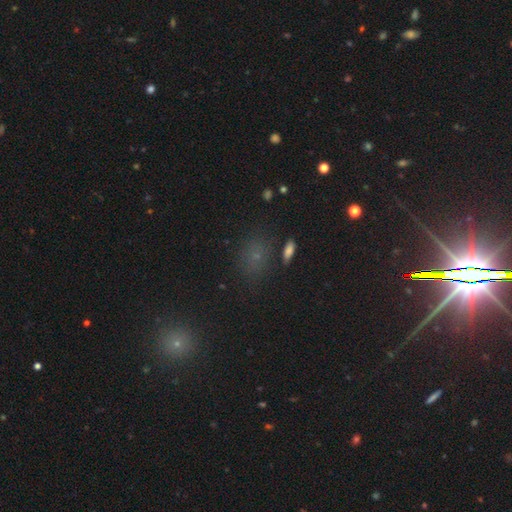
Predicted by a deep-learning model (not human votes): smooth-or-featured: smooth: 55% | star or artifact: 36% | featured or disk: 9%
  how-rounded: in between: 59% | round: 37% | cigar-shaped: 3%
  merging: none: 78% | minor disturbance: 12% | merger: 6% | major disturbance: 5%